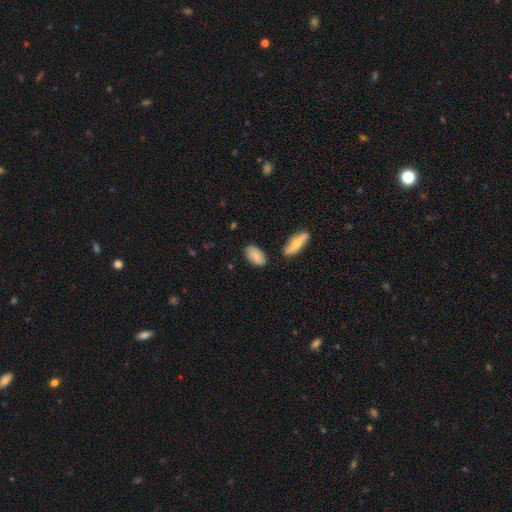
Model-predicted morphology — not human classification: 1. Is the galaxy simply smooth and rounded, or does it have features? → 81% smooth, 12% featured or disk, 7% star or artifact.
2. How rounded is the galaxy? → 93% in between, 4% round, 3% cigar-shaped.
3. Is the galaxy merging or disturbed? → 75% none, 16% minor disturbance, 6% merger, 3% major disturbance.